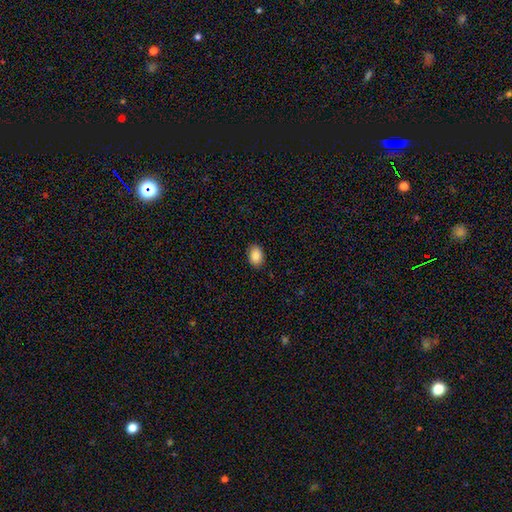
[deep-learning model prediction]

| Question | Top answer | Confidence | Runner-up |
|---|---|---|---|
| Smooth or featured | smooth | 88% | star or artifact (8%) |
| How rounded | in between | 77% | round (22%) |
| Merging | none | 88% | minor disturbance (9%) |